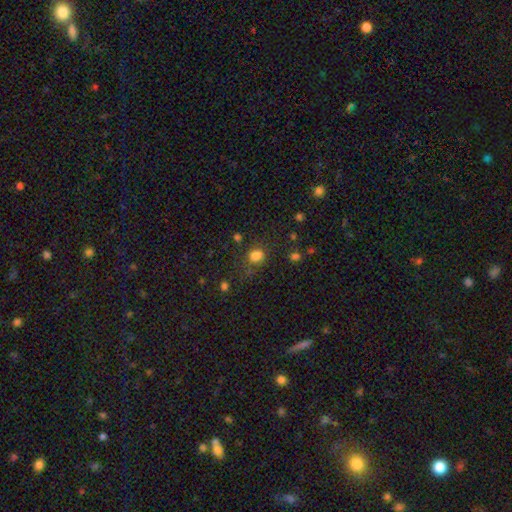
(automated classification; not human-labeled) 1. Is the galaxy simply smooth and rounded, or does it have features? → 72% smooth, 20% star or artifact, 8% featured or disk.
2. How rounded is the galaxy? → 59% round, 40% in between, 1% cigar-shaped.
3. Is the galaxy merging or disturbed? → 52% none, 20% merger, 18% minor disturbance, 10% major disturbance.